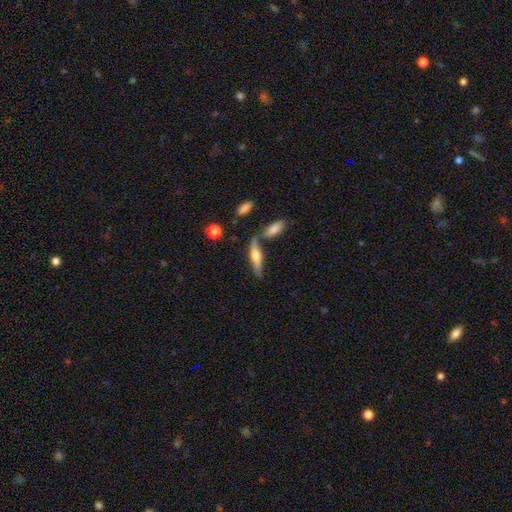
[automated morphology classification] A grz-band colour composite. It shows a smooth galaxy with no disk features (49%). Merging: none (62%).